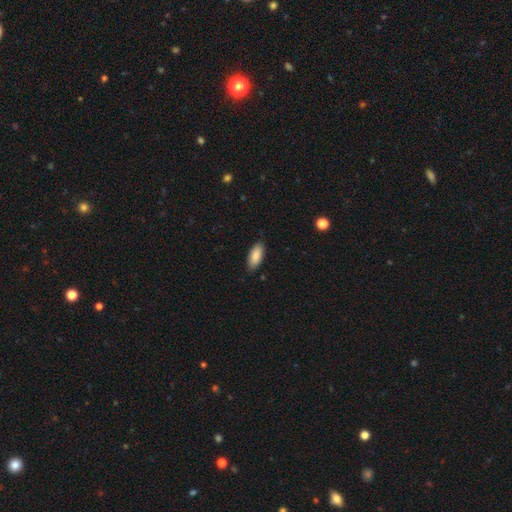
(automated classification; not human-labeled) The model was most divided on "how rounded": in between: 87%, cigar-shaped: 12%, round: 2%. More confident: smooth or featured — smooth (87%); merging — none (86%).